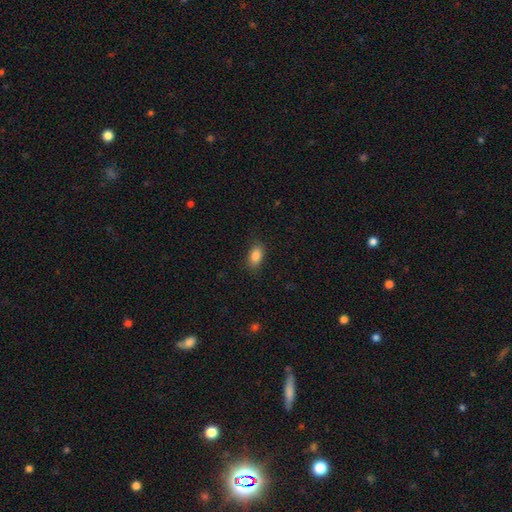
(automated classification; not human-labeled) Overall: smooth (86%). How rounded: in between (89%). Merging: none (83%).